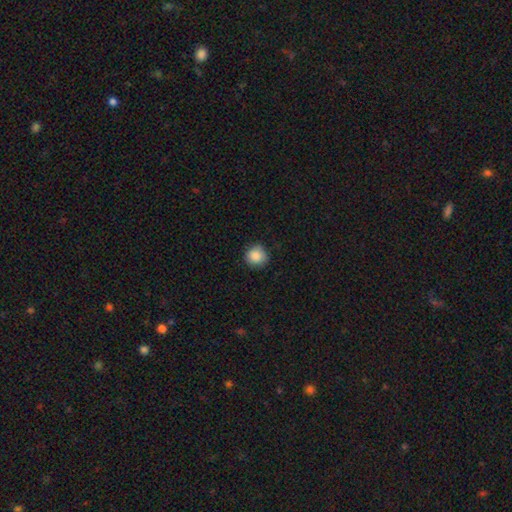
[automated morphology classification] A smooth galaxy with no disk features (88%) that is round (92%).

Vote fractions:
- Smooth or featured? smooth: 88% / star or artifact: 9% / featured or disk: 4%
- How rounded? round: 92% / in between: 7% / cigar-shaped: 1%
- Merging? none: 85% / minor disturbance: 11% / major disturbance: 2% / merger: 1%